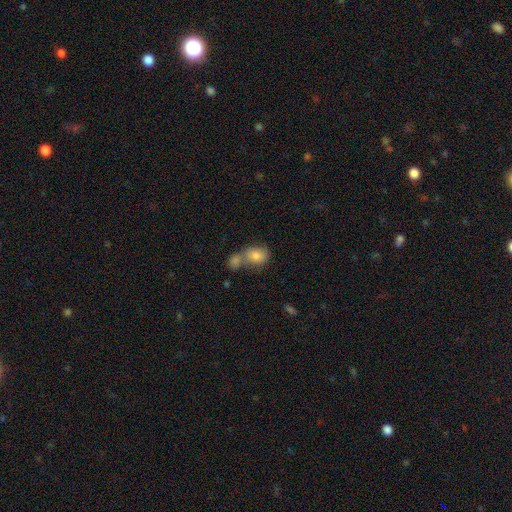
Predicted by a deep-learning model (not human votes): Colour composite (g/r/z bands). It shows a smooth galaxy with no disk features (80%) that is in between round and cigar-shaped (56%). Merging: merger (54%).